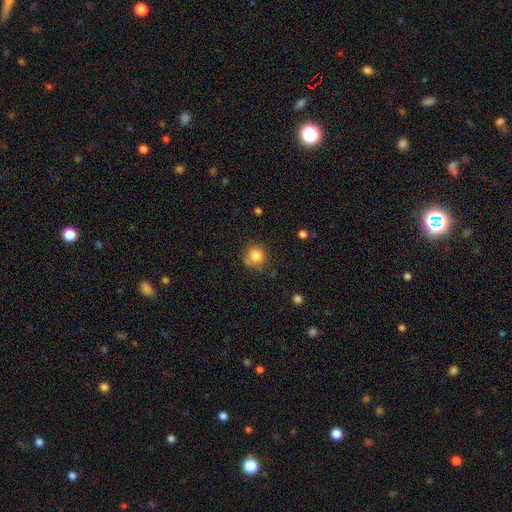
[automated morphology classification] Smooth or featured?
  - smooth: 81% *
  - star or artifact: 11%
  - featured or disk: 8%
How rounded?
  - round: 85% *
  - in between: 14%
  - cigar-shaped: 1%
Merging?
  - none: 66% *
  - minor disturbance: 20%
  - merger: 8%
  - major disturbance: 6%